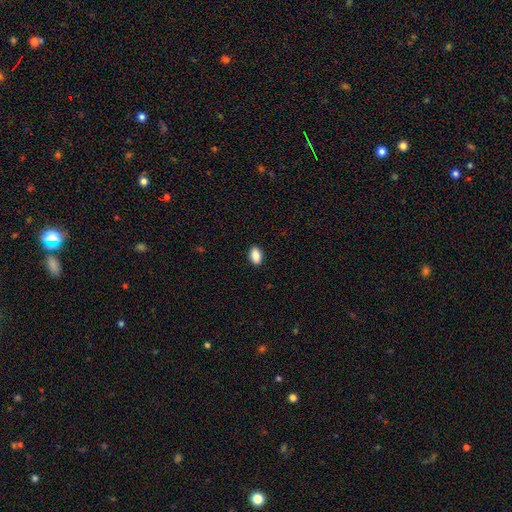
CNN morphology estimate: smooth-or-featured: smooth: 88% | star or artifact: 7% | featured or disk: 4%
  how-rounded: in between: 91% | round: 6% | cigar-shaped: 3%
  merging: none: 90% | minor disturbance: 7% | major disturbance: 2% | merger: 1%